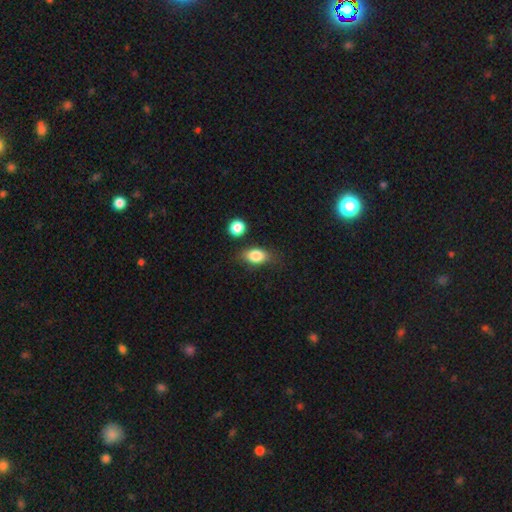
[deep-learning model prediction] smooth_or_featured: smooth (p=0.83) [alt: featured or disk p=0.08]
how_rounded: in between (p=0.83) [alt: round p=0.14]
merging: none (p=0.74) [alt: minor disturbance p=0.17]